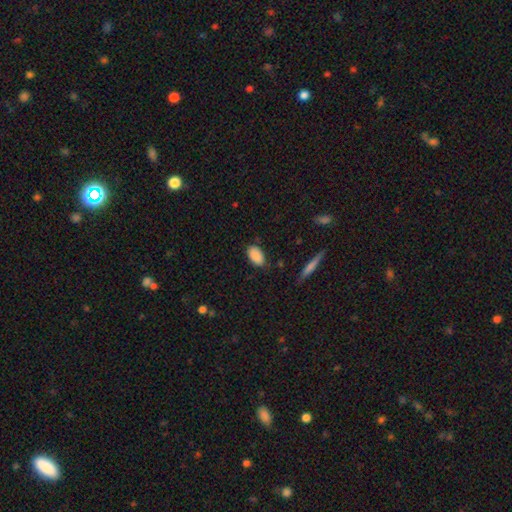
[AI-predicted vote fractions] A smooth galaxy with no disk features (88%) that is in between round and cigar-shaped (93%).

Vote fractions:
- Smooth or featured? smooth: 88% / star or artifact: 7% / featured or disk: 5%
- How rounded? in between: 93% / round: 5% / cigar-shaped: 2%
- Merging? none: 82% / minor disturbance: 14% / major disturbance: 3% / merger: 2%